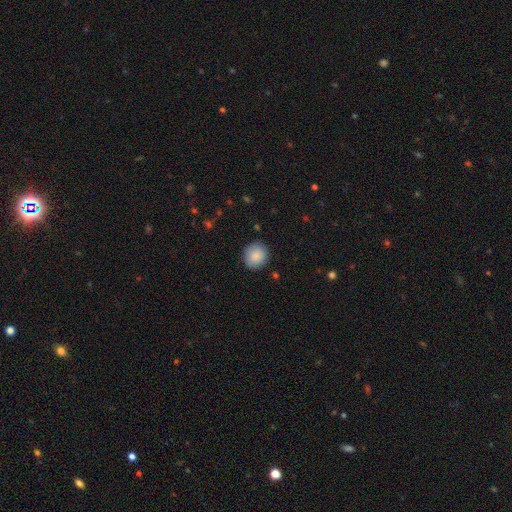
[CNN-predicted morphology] smooth_or_featured: smooth (p=0.88) [alt: star or artifact p=0.07]
how_rounded: round (p=0.86) [alt: in between p=0.13]
merging: none (p=0.88) [alt: minor disturbance p=0.09]